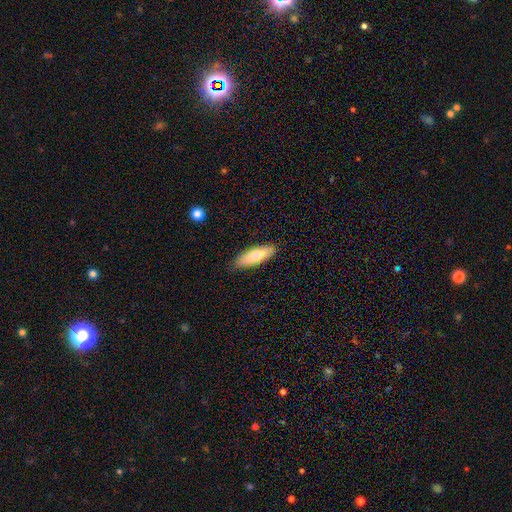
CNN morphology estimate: smooth_or_featured: smooth (p=0.76) [alt: featured or disk p=0.19]
how_rounded: in between (p=0.54) [alt: cigar-shaped p=0.44]
merging: none (p=0.86) [alt: minor disturbance p=0.11]